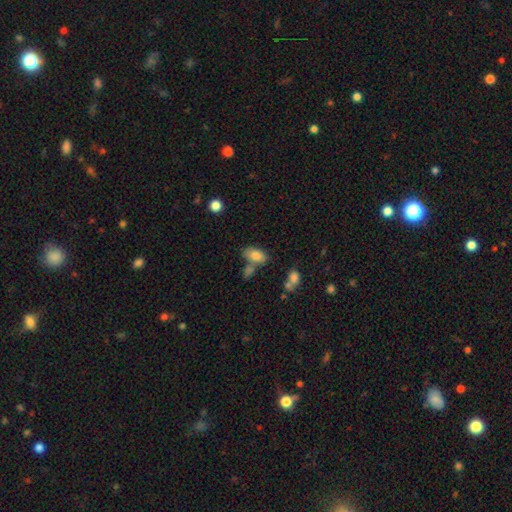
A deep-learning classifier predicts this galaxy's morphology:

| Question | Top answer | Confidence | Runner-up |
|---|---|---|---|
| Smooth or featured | smooth | 80% | featured or disk (11%) |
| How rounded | in between | 91% | round (6%) |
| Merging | none | 55% | merger (23%) |